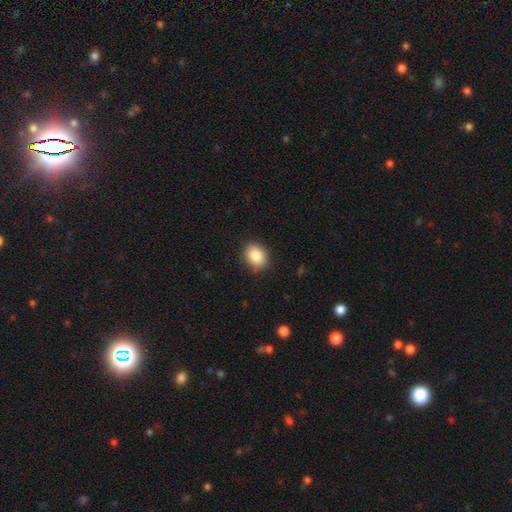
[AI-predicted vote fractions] Smooth or featured? Predicted: smooth (p=0.87). How rounded? Predicted: in between (p=0.58). Merging? Predicted: none (p=0.85).